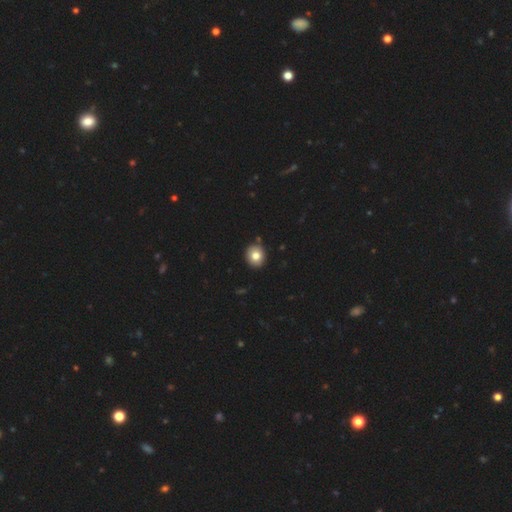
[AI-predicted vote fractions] Smooth or featured? smooth (81%)
How rounded? round (76%)
Merging? none (87%)